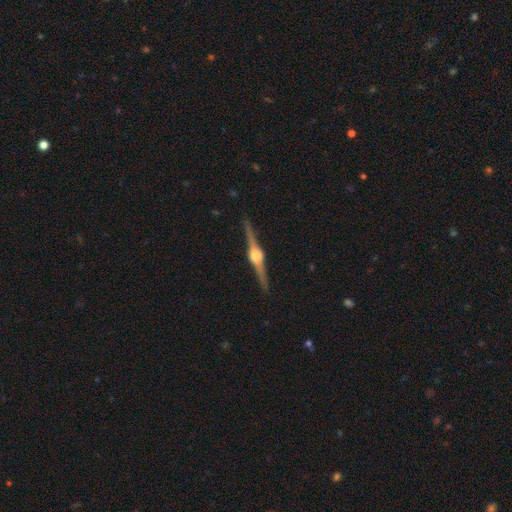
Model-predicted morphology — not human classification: smooth_or_featured: featured or disk (p=0.88) [alt: smooth p=0.07]
disk_edge_on: yes (p=0.99) [alt: no p=0.01]
edge_on_bulge: rounded (p=0.92) [alt: boxy p=0.06]
merging: none (p=0.91) [alt: minor disturbance p=0.06]